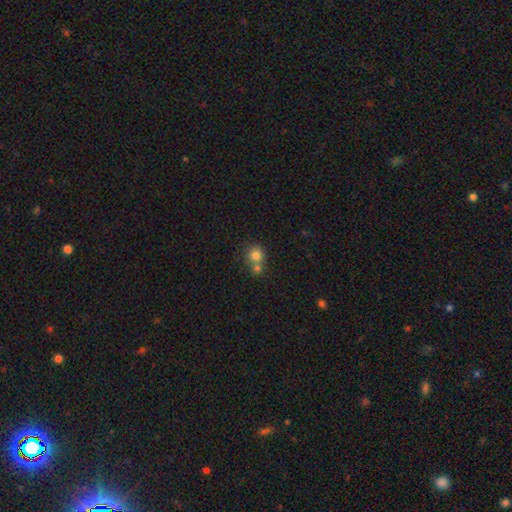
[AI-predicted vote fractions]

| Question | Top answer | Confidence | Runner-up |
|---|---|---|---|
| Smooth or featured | smooth | 78% | star or artifact (11%) |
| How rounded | round | 84% | in between (15%) |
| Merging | merger | 46% | none (43%) |